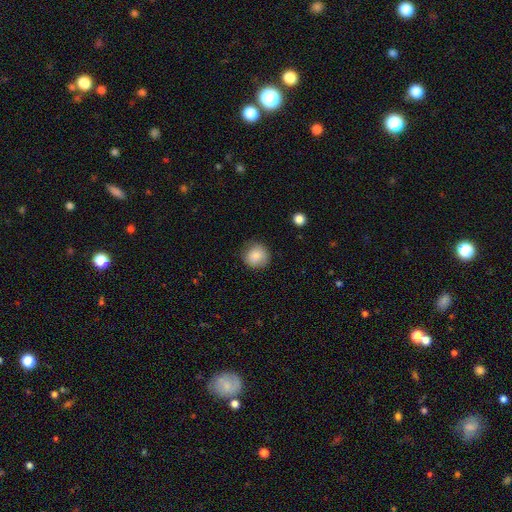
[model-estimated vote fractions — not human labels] smooth-or-featured: smooth: 84% | star or artifact: 8% | featured or disk: 8%
  how-rounded: round: 91% | in between: 8% | cigar-shaped: 1%
  merging: none: 82% | minor disturbance: 14% | major disturbance: 3% | merger: 1%